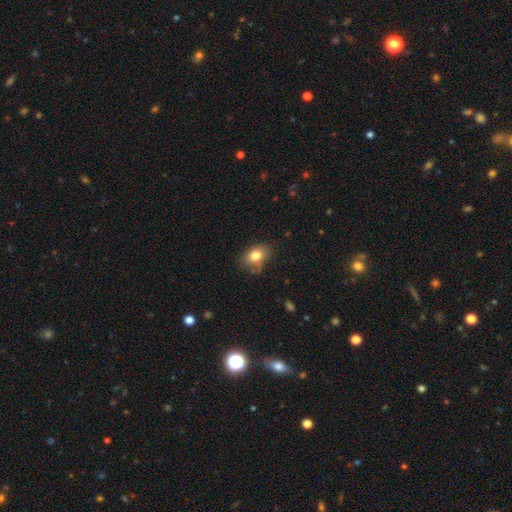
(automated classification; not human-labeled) Smooth or featured?
  - smooth: 79% *
  - featured or disk: 12%
  - star or artifact: 9%
How rounded?
  - in between: 70% *
  - round: 29%
  - cigar-shaped: 1%
Merging?
  - none: 62% *
  - minor disturbance: 27%
  - major disturbance: 8%
  - merger: 3%